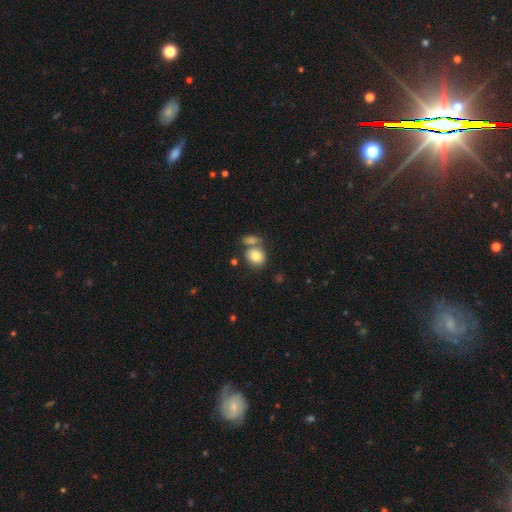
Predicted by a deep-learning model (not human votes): smooth-or-featured: smooth: 82% | featured or disk: 9% | star or artifact: 9%
  how-rounded: round: 56% | in between: 42% | cigar-shaped: 1%
  merging: none: 49% | merger: 35% | minor disturbance: 12% | major disturbance: 4%